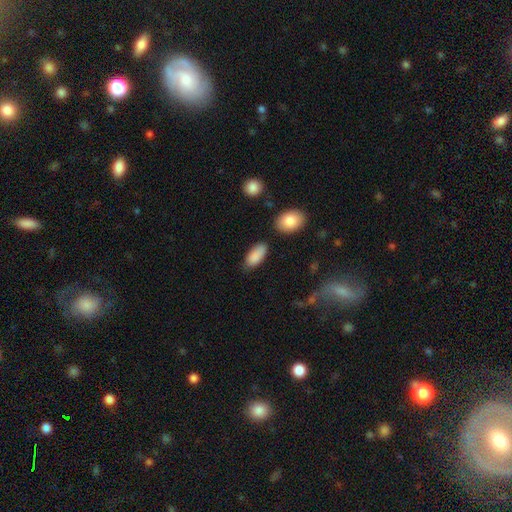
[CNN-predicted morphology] smooth 88%, star or artifact 6%, featured or disk 5%. Down the decision tree: how rounded — in between (92%); merging — none (76%).